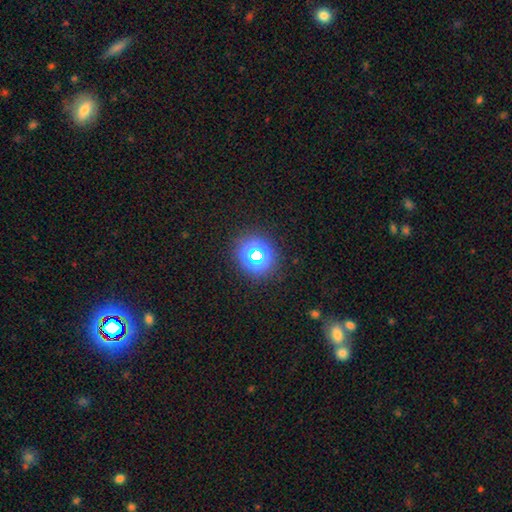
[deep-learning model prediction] Smooth or featured? star or artifact (59%)